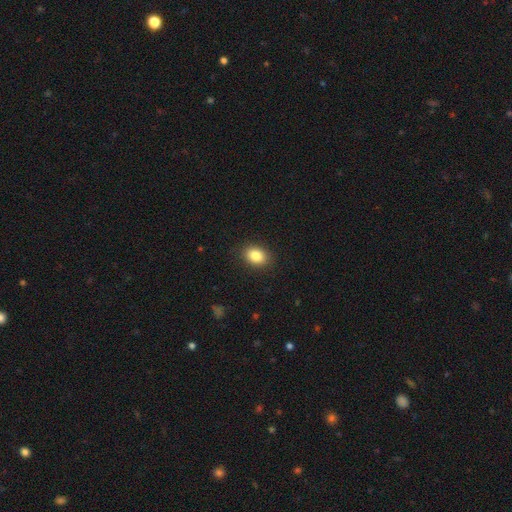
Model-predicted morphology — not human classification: smooth 85%, star or artifact 9%, featured or disk 7%. Down the decision tree: how rounded — in between (74%); merging — none (88%).